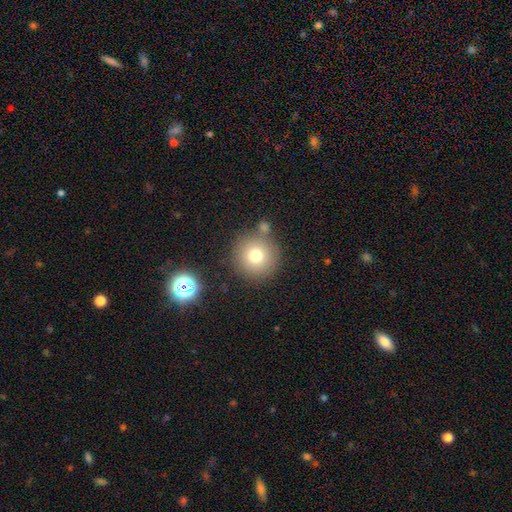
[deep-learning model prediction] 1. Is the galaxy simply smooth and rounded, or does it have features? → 75% smooth, 13% star or artifact, 12% featured or disk.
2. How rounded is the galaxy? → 95% round, 4% in between, 1% cigar-shaped.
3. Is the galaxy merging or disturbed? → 78% none, 9% minor disturbance, 9% merger, 4% major disturbance.